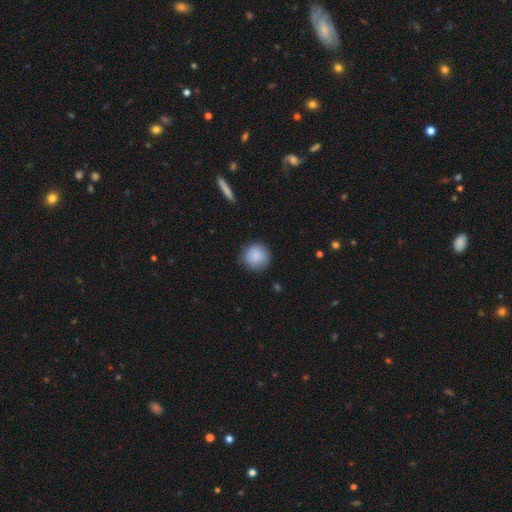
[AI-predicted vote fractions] smooth 87%, star or artifact 7%, featured or disk 6%. Down the decision tree: how rounded — round (95%); merging — none (87%).